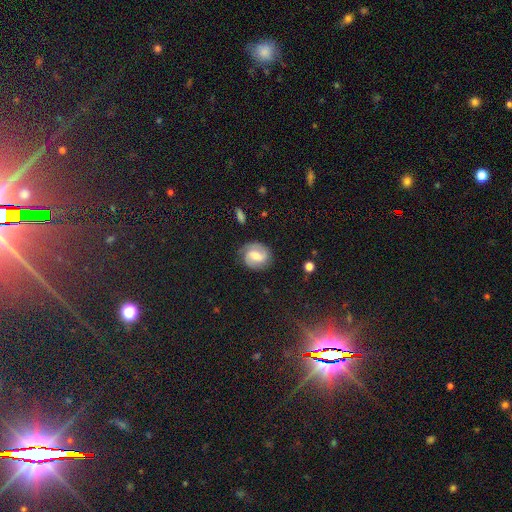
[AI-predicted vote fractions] Overall: featured or disk (69%). Edge-on disk: no (98%). Bar: weak (52%; no 27%). Spiral arms: yes (93%). Spiral arm count: 2 (87%). Spiral winding: medium (45%; tight 38%). Bulge size: moderate (56%; small 27%). Merging: none (81%).